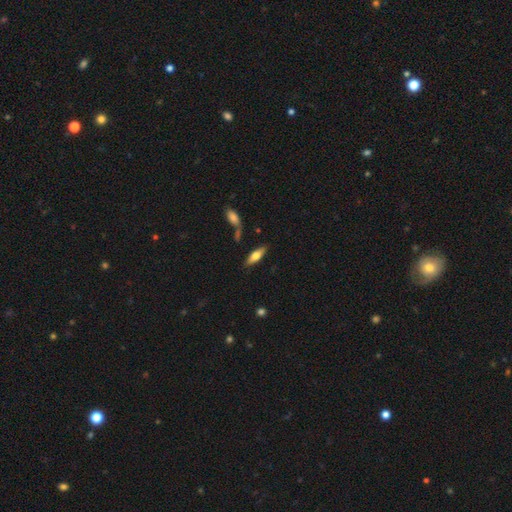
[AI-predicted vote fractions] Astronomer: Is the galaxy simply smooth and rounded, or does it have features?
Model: smooth — 53% (runner-up: featured or disk, 41%).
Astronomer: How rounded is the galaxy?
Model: in between — 54% (runner-up: cigar-shaped, 44%).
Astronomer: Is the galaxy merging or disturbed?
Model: none — 80%.